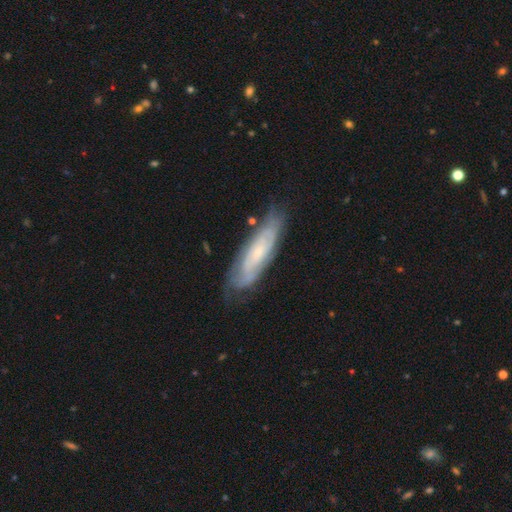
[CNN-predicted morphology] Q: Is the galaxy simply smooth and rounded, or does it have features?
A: featured or disk — 63%.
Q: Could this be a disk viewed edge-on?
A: no — 69%.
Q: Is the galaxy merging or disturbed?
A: none — 74%.